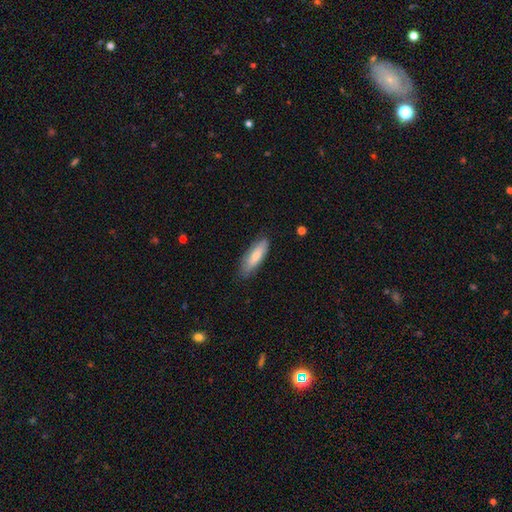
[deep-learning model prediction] This is likely a smooth galaxy (75%). How rounded: possibly in between (51%). Merging: likely none (80%).